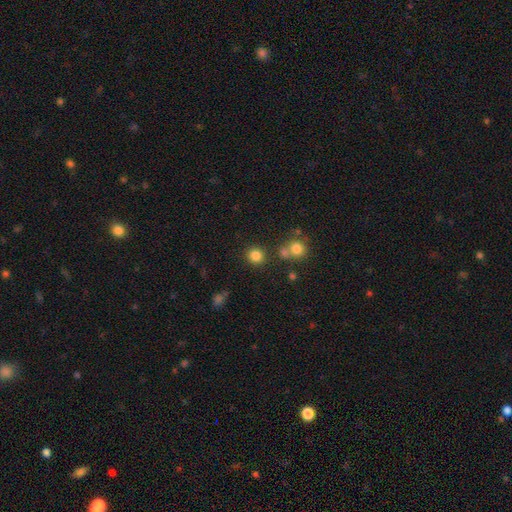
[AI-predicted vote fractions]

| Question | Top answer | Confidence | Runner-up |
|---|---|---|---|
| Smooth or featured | smooth | 81% | star or artifact (13%) |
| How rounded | round | 92% | in between (8%) |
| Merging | none | 82% | merger (8%) |